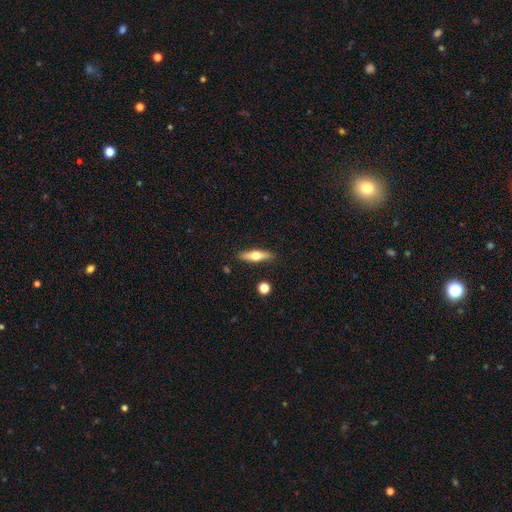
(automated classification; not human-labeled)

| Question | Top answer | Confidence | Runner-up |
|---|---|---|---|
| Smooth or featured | smooth | 48% | featured or disk (46%) |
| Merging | none | 88% | minor disturbance (8%) |